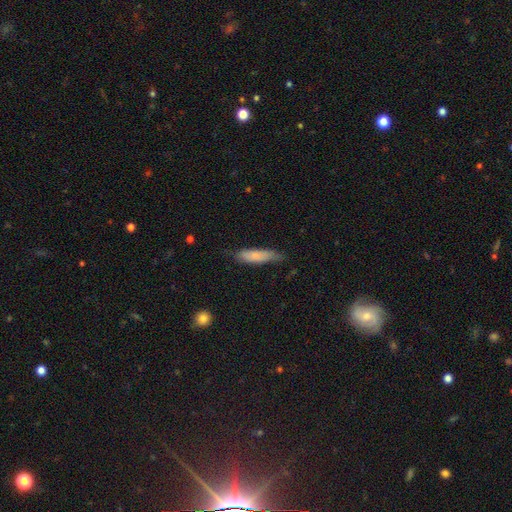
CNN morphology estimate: Smooth or featured? smooth (79%)
How rounded? cigar-shaped (68%)
Merging? none (68%)